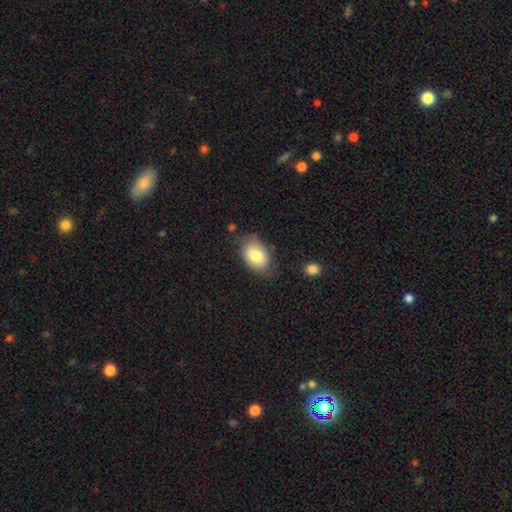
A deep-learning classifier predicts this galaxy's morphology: Q: Smooth or featured?
A: smooth (76%); runner-up: featured or disk (17%)
Q: How rounded?
A: in between (86%); runner-up: round (13%)
Q: Merging?
A: none (67%); runner-up: minor disturbance (24%)